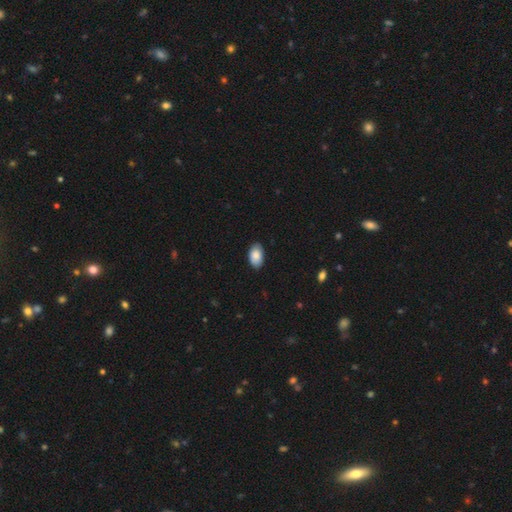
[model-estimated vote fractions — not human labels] smooth-or-featured: smooth: 85% | featured or disk: 8% | star or artifact: 6%
  how-rounded: in between: 93% | round: 5% | cigar-shaped: 1%
  merging: none: 85% | minor disturbance: 12% | major disturbance: 2% | merger: 1%